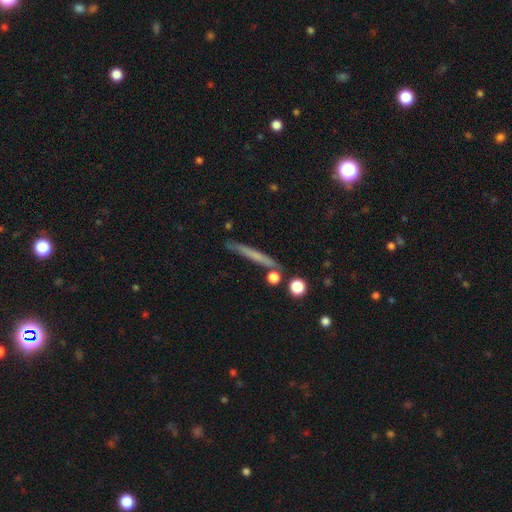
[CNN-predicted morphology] A smooth galaxy with no disk features (52%) that is cigar-shaped (93%).

Vote fractions:
- Smooth or featured? smooth: 52% / featured or disk: 39% / star or artifact: 9%
- How rounded? cigar-shaped: 93% / in between: 4% / round: 3%
- Merging? none: 81% / minor disturbance: 11% / merger: 5% / major disturbance: 3%